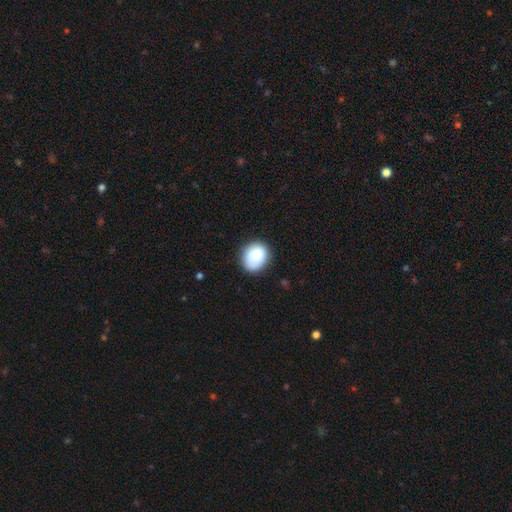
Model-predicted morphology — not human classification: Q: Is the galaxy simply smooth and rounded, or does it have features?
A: smooth — 86%.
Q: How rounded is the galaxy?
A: round — 59%.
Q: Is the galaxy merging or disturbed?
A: none — 80%.